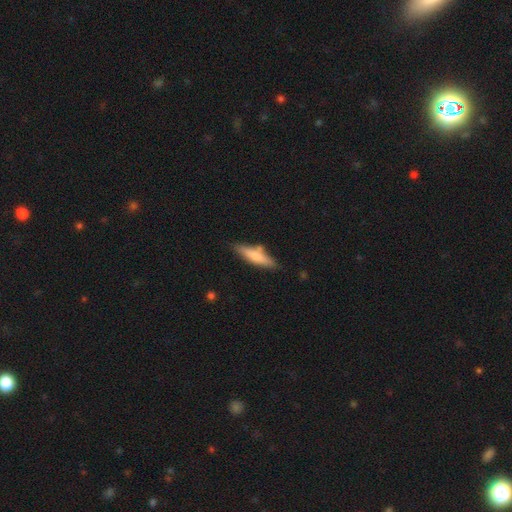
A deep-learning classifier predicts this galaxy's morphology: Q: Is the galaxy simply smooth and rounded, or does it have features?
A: smooth — 67%.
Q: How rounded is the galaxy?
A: cigar-shaped — 74%.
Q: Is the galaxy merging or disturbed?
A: none — 76%.